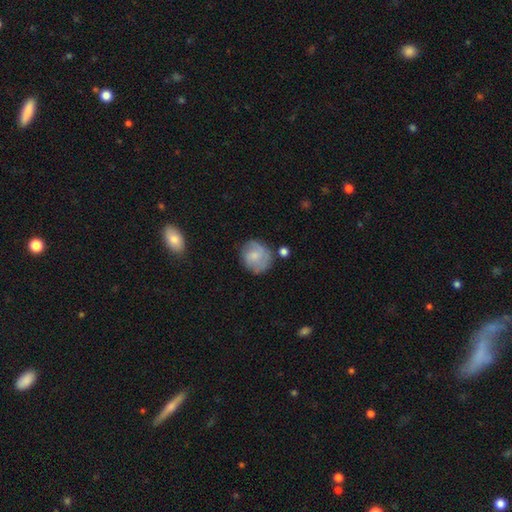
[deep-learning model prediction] Morphology: type=smooth (59%); roundness=round (82%); merging=none (65%).